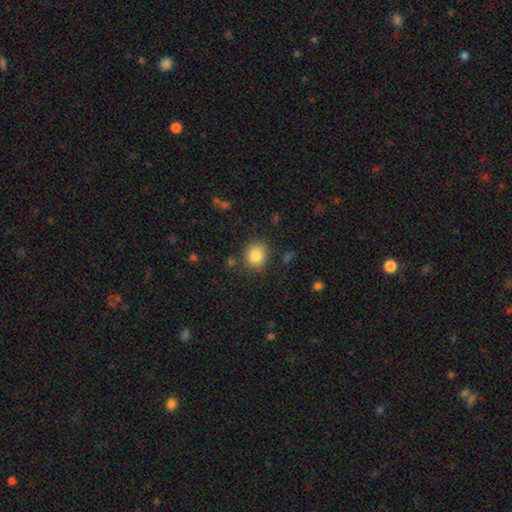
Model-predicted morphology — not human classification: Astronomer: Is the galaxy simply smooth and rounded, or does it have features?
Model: smooth — 84%.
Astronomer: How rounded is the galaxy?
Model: round — 71%.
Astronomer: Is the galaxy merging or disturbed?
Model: none — 83%.